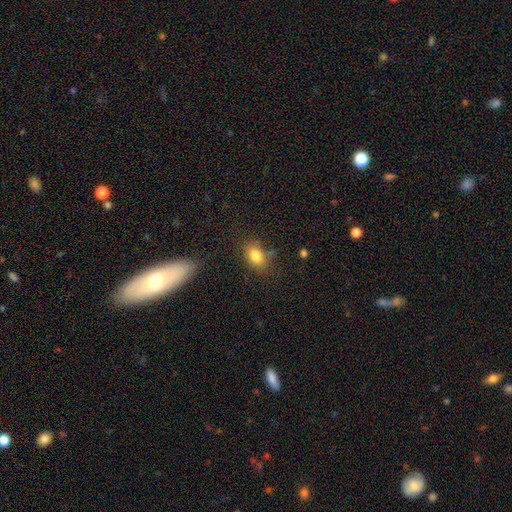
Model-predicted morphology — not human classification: type=smooth (81%); roundness=in between (80%); merging=none (73%).